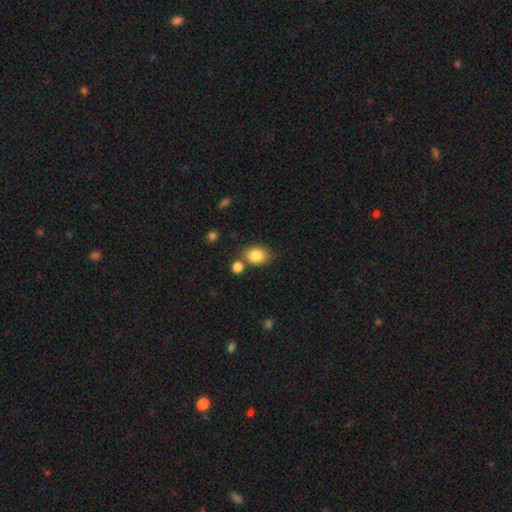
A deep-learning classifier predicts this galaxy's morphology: Overall: smooth (86%). How rounded: in between (73%). Merging: none (68%).